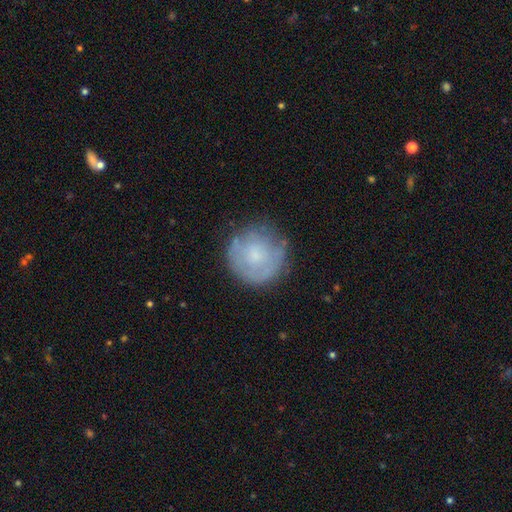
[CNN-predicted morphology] The model was most divided on "smooth or featured": smooth: 56%, featured or disk: 36%, star or artifact: 8%. More confident: how rounded — round (94%); merging — none (73%).